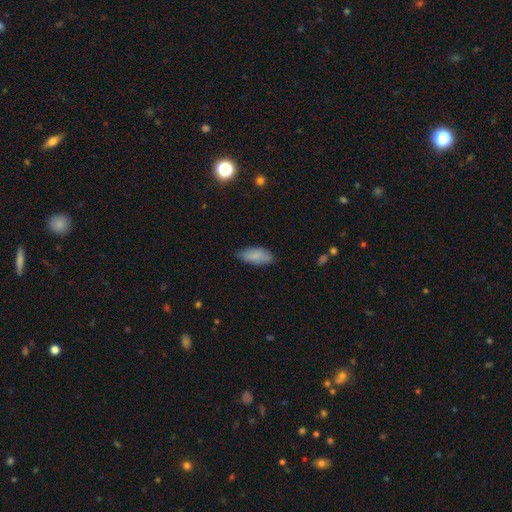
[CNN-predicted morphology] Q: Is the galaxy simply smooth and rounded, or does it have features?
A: smooth — 85%.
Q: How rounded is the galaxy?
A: in between — 90%.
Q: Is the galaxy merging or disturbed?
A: none — 80%.